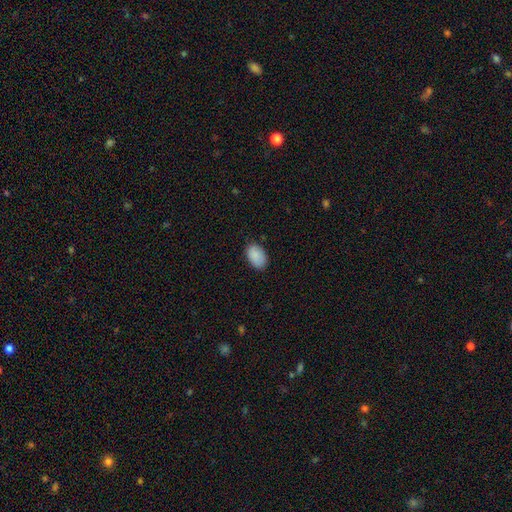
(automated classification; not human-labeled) Overall: smooth (90%). How rounded: in between (92%). Merging: none (83%).